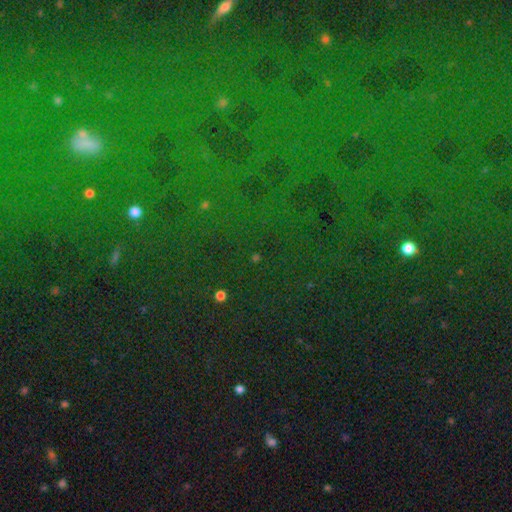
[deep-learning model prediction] smooth-or-featured: star or artifact: 82% | smooth: 10% | featured or disk: 8%